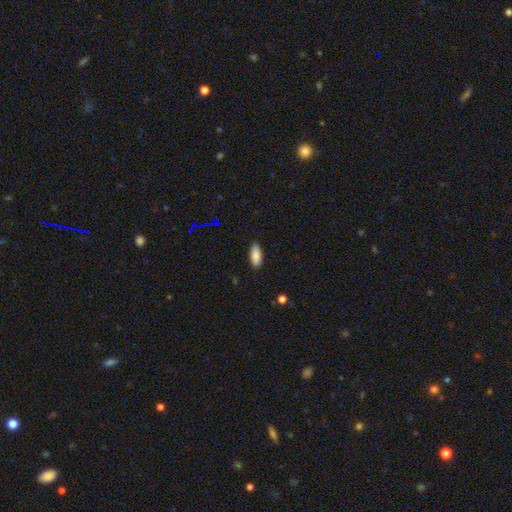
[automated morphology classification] smooth 88%, star or artifact 7%, featured or disk 5%. Down the decision tree: how rounded — in between (85%); merging — none (86%).